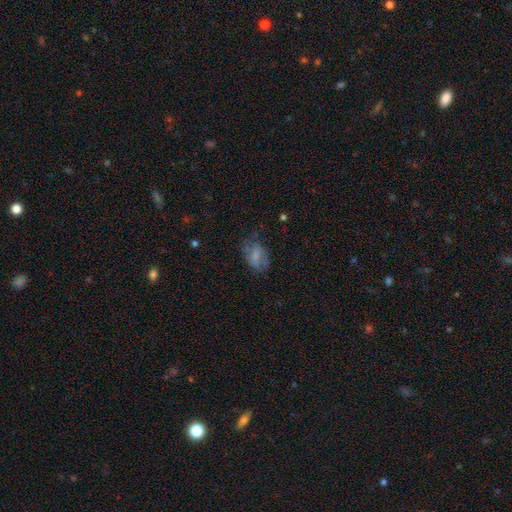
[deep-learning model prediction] A smooth galaxy with no disk features (63%) that is in between round and cigar-shaped (77%).

Vote fractions:
- Smooth or featured? smooth: 63% / featured or disk: 27% / star or artifact: 9%
- How rounded? in between: 77% / round: 21% / cigar-shaped: 1%
- Merging? none: 54% / minor disturbance: 27% / major disturbance: 17% / merger: 2%